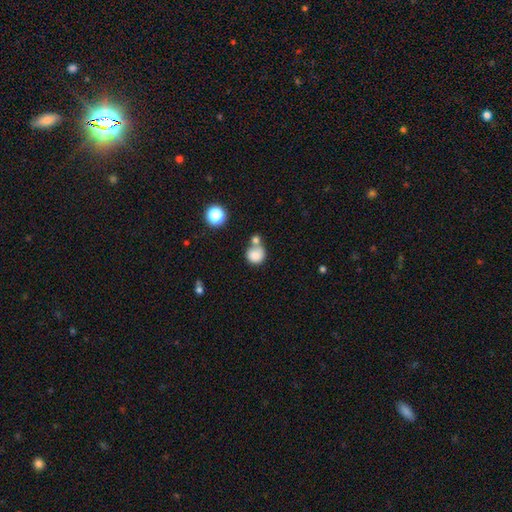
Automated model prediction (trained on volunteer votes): smooth_or_featured: smooth (p=0.81) [alt: star or artifact p=0.10]
how_rounded: round (p=0.83) [alt: in between p=0.16]
merging: none (p=0.42) [alt: merger p=0.38]